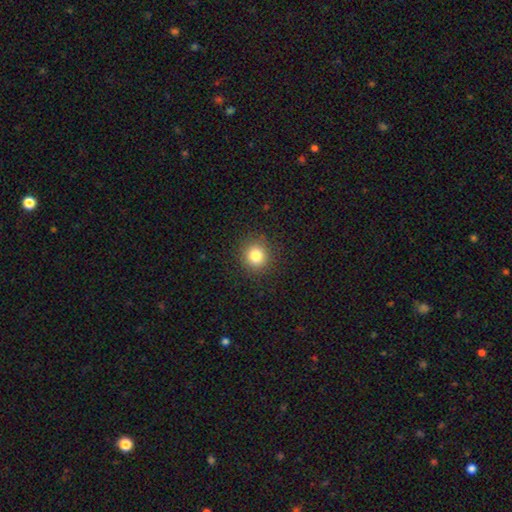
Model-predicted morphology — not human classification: Smooth or featured: smooth — 82% (star or artifact — 12%)
How rounded: round — 88% (in between — 11%)
Merging: none — 90% (minor disturbance — 7%)